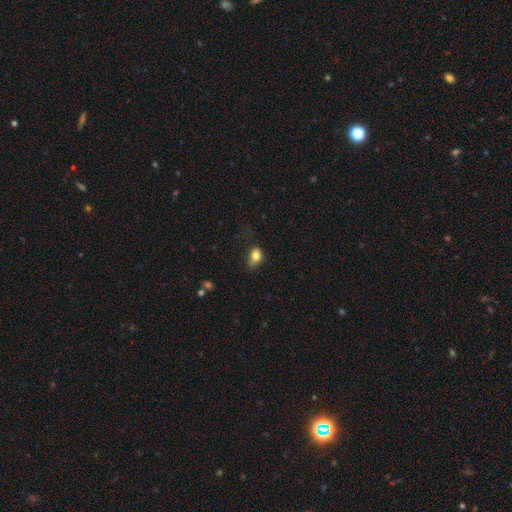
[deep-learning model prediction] smooth_or_featured: smooth (p=0.80) [alt: star or artifact p=0.11]
how_rounded: in between (p=0.62) [alt: round p=0.37]
merging: none (p=0.48) [alt: minor disturbance p=0.36]